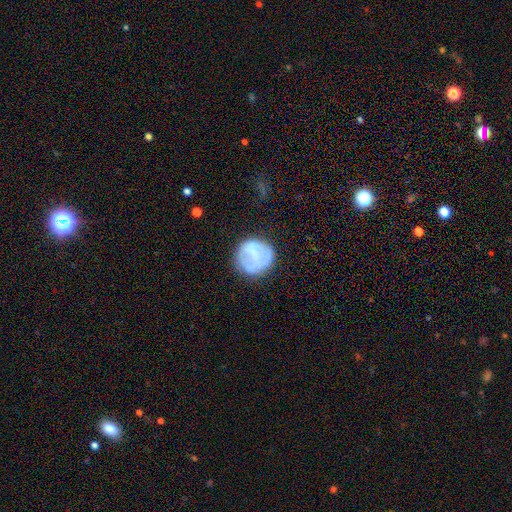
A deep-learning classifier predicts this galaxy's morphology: Q: Smooth or featured?
A: smooth (50%); runner-up: featured or disk (42%)
Q: Merging?
A: none (72%); runner-up: minor disturbance (17%)